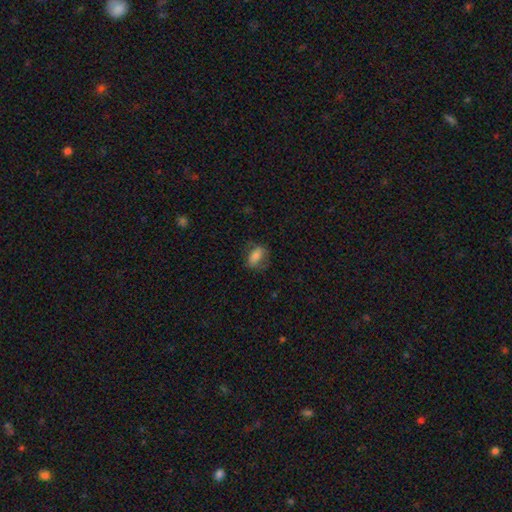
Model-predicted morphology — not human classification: This appears to be a smooth galaxy with no disk features (76%) that is in between round and cigar-shaped (83%). Merging: none (67%).